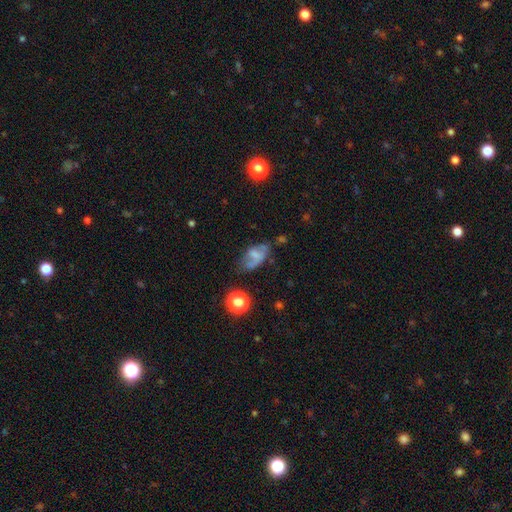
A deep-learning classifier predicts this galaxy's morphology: smooth_or_featured: smooth (p=0.52) [alt: featured or disk p=0.34]
how_rounded: in between (p=0.87) [alt: round p=0.09]
merging: none (p=0.43) [alt: minor disturbance p=0.28]